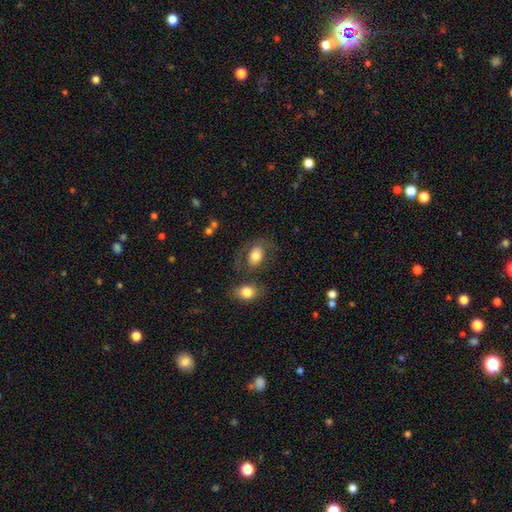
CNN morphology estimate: The model was most divided on "merging": none: 59%, minor disturbance: 18%, merger: 12%, major disturbance: 12%. More confident: how rounded — in between (73%); smooth or featured — smooth (68%).